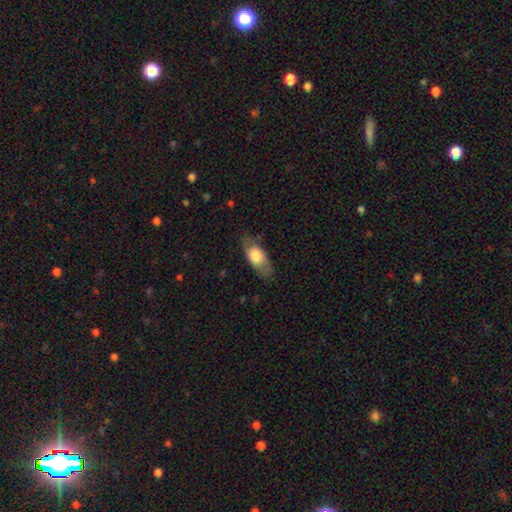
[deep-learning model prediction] smooth 62%, featured or disk 32%, star or artifact 6%. Down the decision tree: how rounded — in between (80%); merging — none (74%).